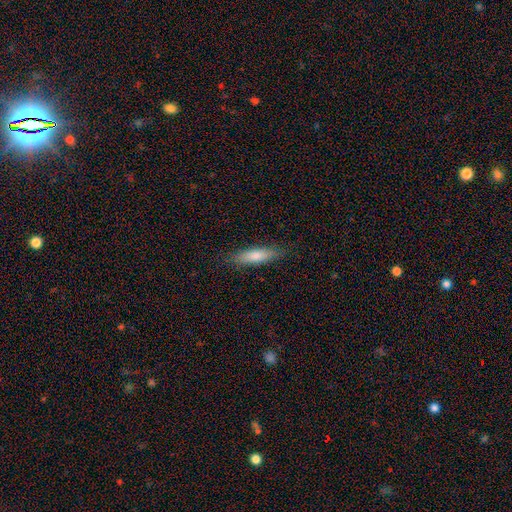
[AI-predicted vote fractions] Overall: smooth (66%; featured or disk 27%). How rounded: cigar-shaped (79%). Merging: none (87%).